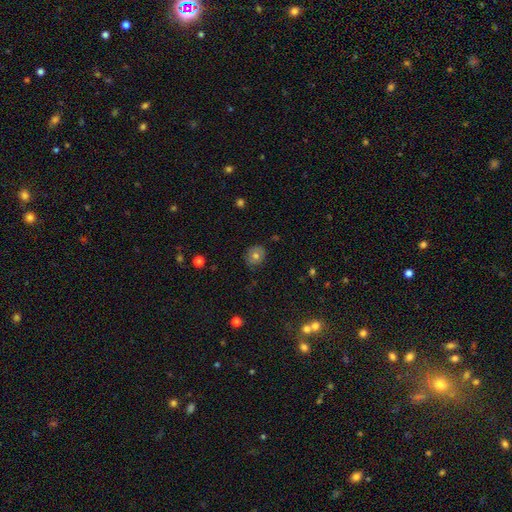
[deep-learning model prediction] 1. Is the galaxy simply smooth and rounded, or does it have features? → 71% smooth, 18% featured or disk, 11% star or artifact.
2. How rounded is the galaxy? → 74% round, 25% in between, 1% cigar-shaped.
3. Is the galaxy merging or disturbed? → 83% none, 13% minor disturbance, 3% major disturbance, 1% merger.